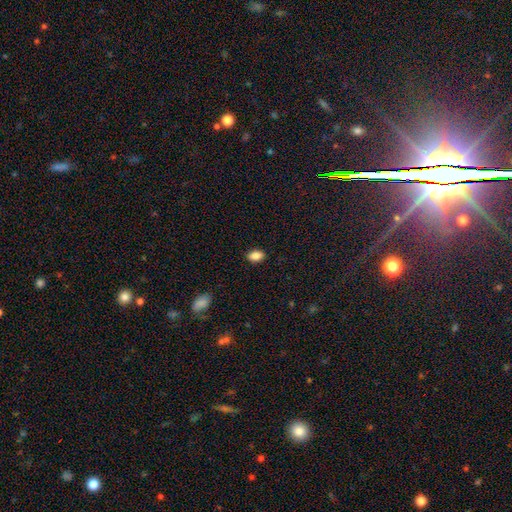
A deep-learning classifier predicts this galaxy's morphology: Smooth or featured?
  - smooth: 86% *
  - star or artifact: 9%
  - featured or disk: 6%
How rounded?
  - in between: 85% *
  - round: 13%
  - cigar-shaped: 2%
Merging?
  - none: 88% *
  - minor disturbance: 9%
  - major disturbance: 2%
  - merger: 1%